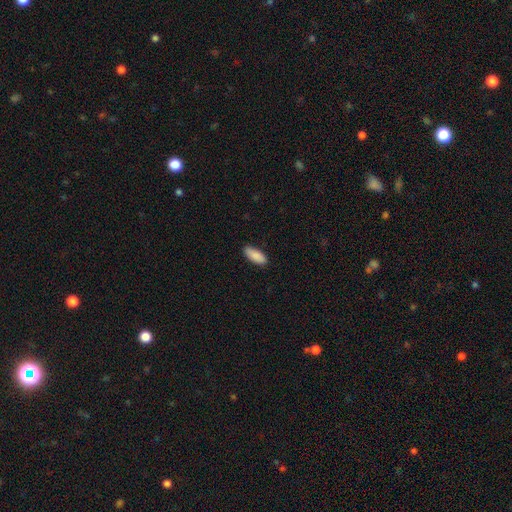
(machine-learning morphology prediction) Smooth or featured? Predicted: smooth (p=0.89). How rounded? Predicted: in between (p=0.81). Merging? Predicted: none (p=0.84).